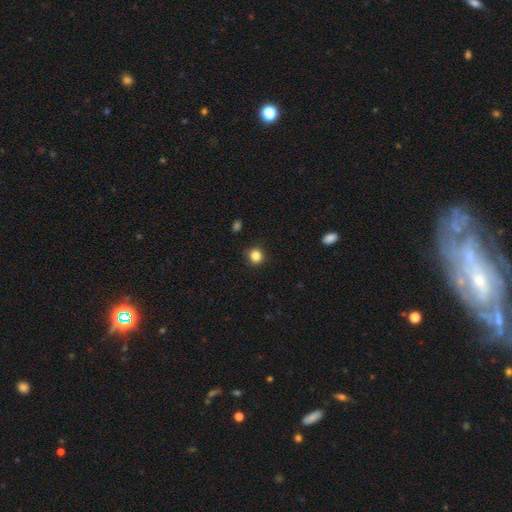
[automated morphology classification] Overall: smooth (84%). How rounded: round (91%). Merging: none (90%).